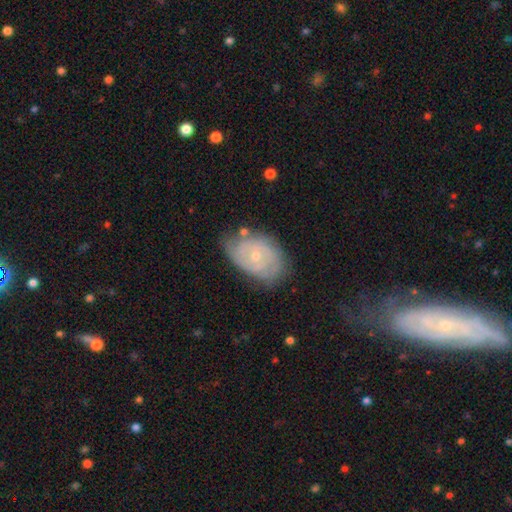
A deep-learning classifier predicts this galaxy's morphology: The model was most divided on "spiral arm count": can't tell: 40%, 2: 36%, 3: 12%, 1: 4%, 4: 4%, more than 4: 3%. More confident: edge-on disk — no (96%); spiral arms — yes (85%); bar — no (76%); smooth or featured — featured or disk (72%); bulge size — small (69%); spiral winding — tight (66%); merging — none (63%).